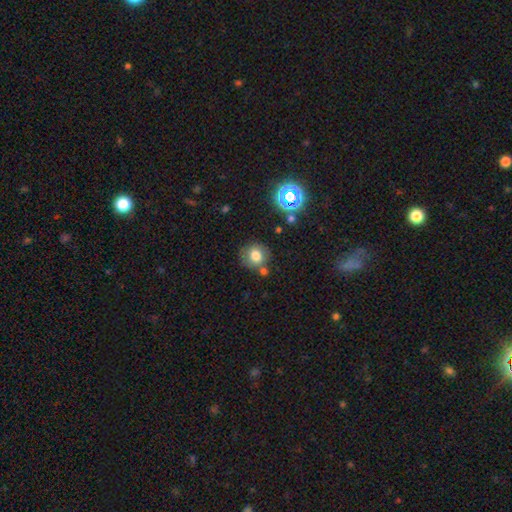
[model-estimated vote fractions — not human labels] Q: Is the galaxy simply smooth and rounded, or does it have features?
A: smooth — 76%.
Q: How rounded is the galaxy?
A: round — 86%.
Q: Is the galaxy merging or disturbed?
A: none — 72%.